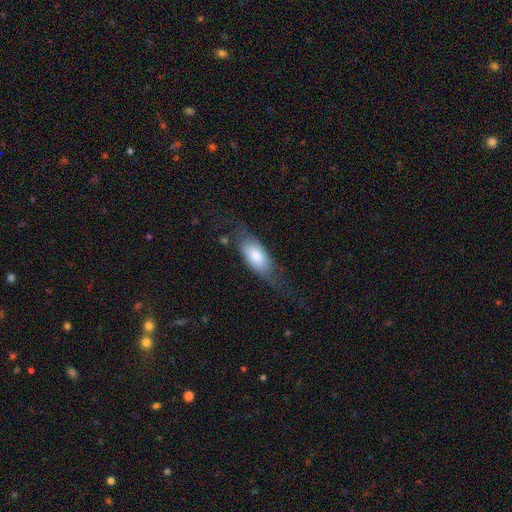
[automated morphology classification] smooth 69%, featured or disk 24%, star or artifact 7%. Down the decision tree: how rounded — in between (80%); merging — none (53%).